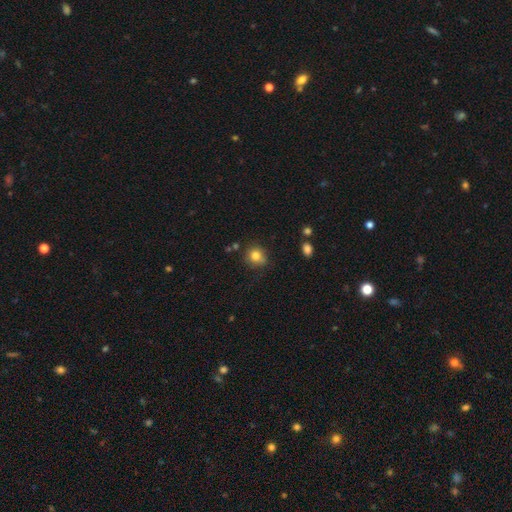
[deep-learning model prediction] smooth-or-featured: smooth: 82% | star or artifact: 11% | featured or disk: 7%
  how-rounded: round: 83% | in between: 16% | cigar-shaped: 1%
  merging: none: 75% | minor disturbance: 16% | merger: 5% | major disturbance: 4%